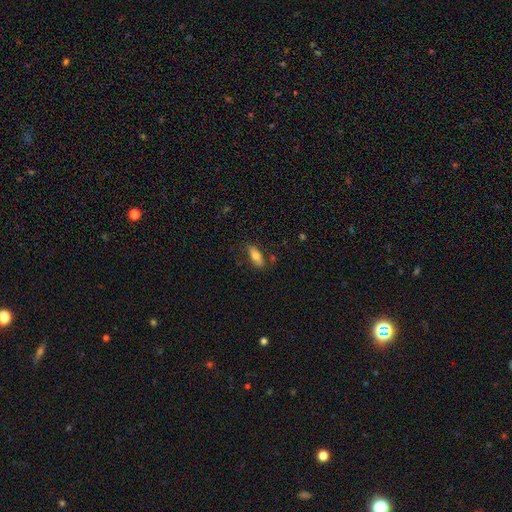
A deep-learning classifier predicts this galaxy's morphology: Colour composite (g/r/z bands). It shows a smooth galaxy with no disk features (69%) that is in between round and cigar-shaped (70%). Merging: none (79%).